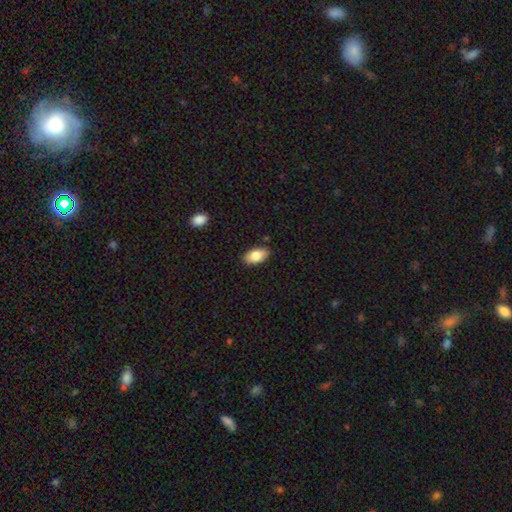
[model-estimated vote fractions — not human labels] Q: Smooth or featured?
A: smooth (83%); runner-up: featured or disk (10%)
Q: How rounded?
A: in between (93%); runner-up: round (4%)
Q: Merging?
A: none (86%); runner-up: minor disturbance (11%)